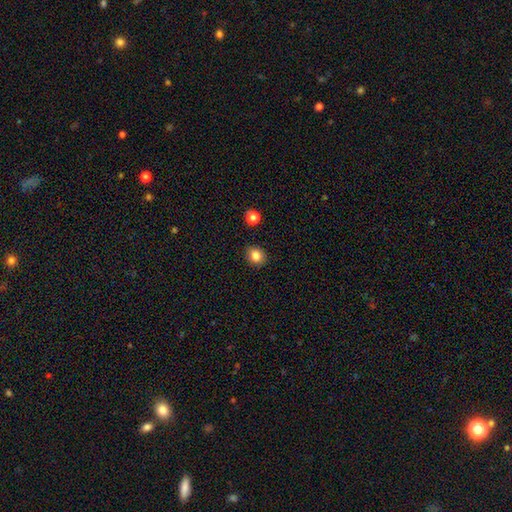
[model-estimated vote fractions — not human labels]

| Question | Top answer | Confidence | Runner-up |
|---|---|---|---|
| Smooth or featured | smooth | 83% | star or artifact (11%) |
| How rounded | round | 70% | in between (29%) |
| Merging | none | 89% | minor disturbance (7%) |